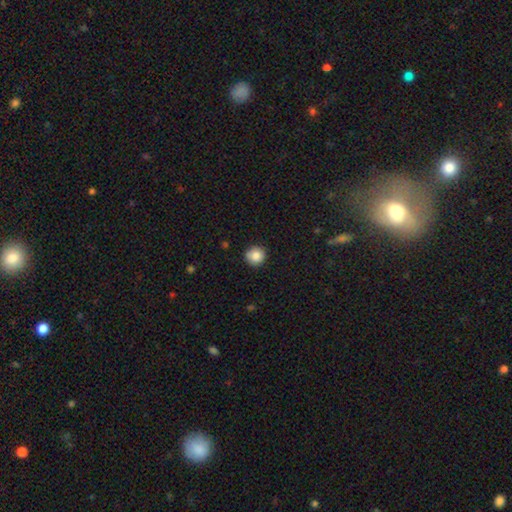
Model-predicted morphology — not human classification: Overall: smooth (86%). How rounded: round (94%). Merging: none (87%).